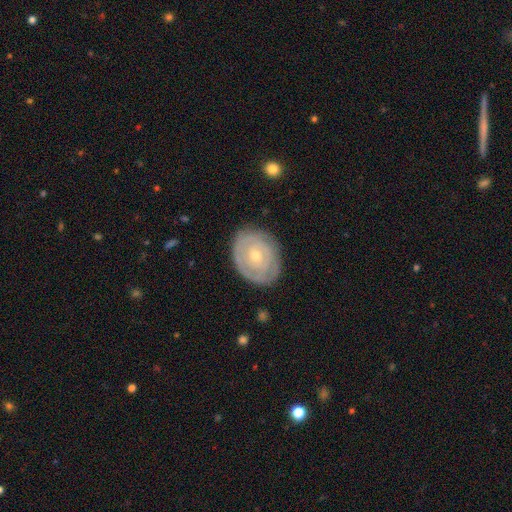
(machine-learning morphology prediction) Smooth or featured? featured or disk (72%)
Edge-on disk? no (96%)
Bar? no (79%)
Spiral arms? yes (72%)
Bulge size? small (57%)
Merging? none (80%)